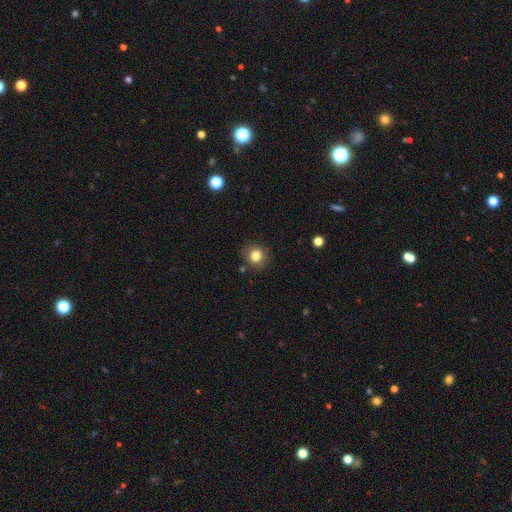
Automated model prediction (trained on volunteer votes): smooth 83%, star or artifact 11%, featured or disk 6%. Down the decision tree: how rounded — round (89%); merging — none (85%).